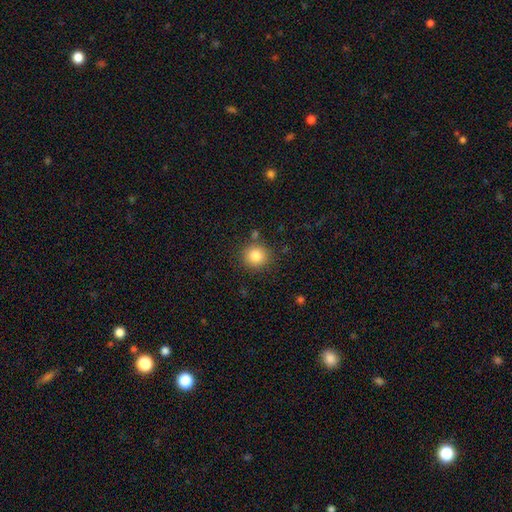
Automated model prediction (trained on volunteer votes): A smooth galaxy with no disk features (84%) that is round (89%).

Vote fractions:
- Smooth or featured? smooth: 84% / star or artifact: 11% / featured or disk: 6%
- How rounded? round: 89% / in between: 10% / cigar-shaped: 1%
- Merging? none: 84% / minor disturbance: 8% / merger: 4% / major disturbance: 3%